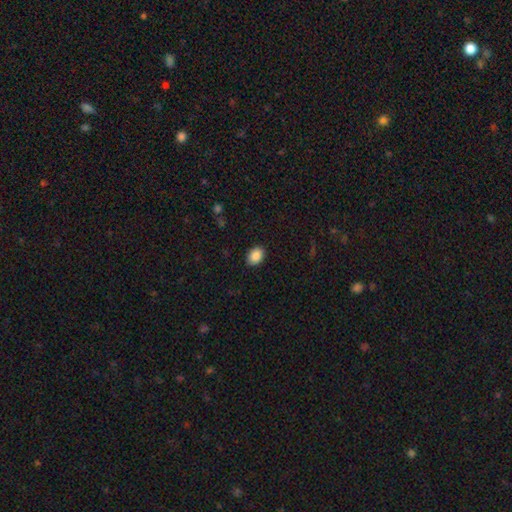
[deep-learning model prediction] A smooth galaxy with no disk features (88%) that is in between round and cigar-shaped (73%). Merging: none (89%).